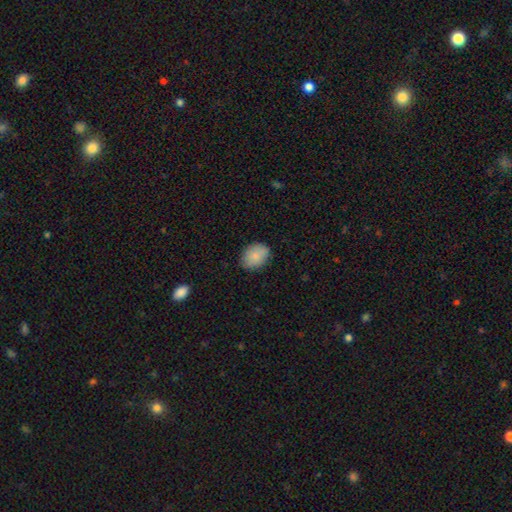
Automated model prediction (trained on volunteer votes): Smooth or featured? Predicted: smooth (p=0.85). How rounded? Predicted: in between (p=0.61). Merging? Predicted: none (p=0.85).